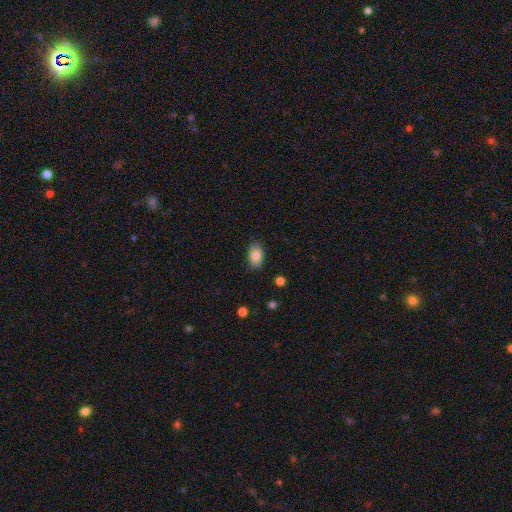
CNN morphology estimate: type=smooth (85%); roundness=in between (91%); merging=none (85%).